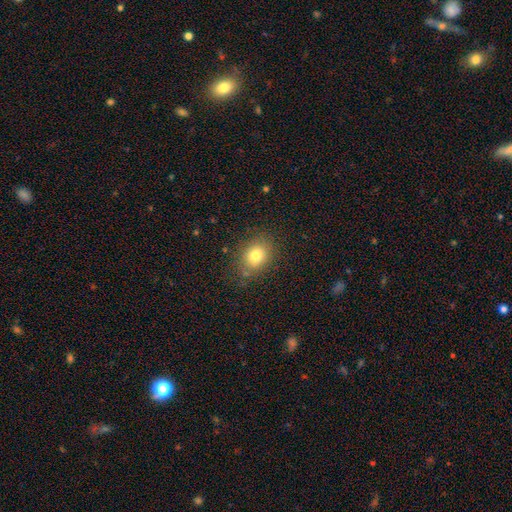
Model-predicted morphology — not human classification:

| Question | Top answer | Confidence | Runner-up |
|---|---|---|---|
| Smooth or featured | smooth | 78% | star or artifact (11%) |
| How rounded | in between | 51% | round (48%) |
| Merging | none | 79% | minor disturbance (14%) |